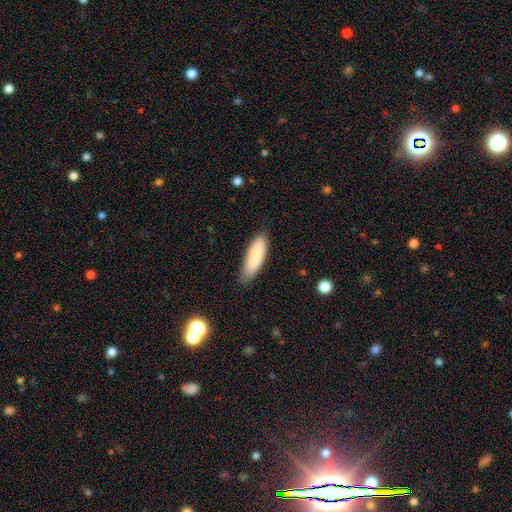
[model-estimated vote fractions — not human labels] Smooth or featured? Predicted: smooth (p=0.86). How rounded? Predicted: cigar-shaped (p=0.50). Merging? Predicted: none (p=0.80).